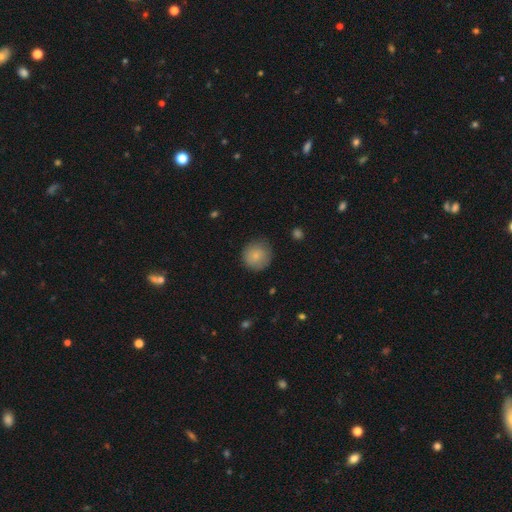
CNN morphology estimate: The model was most divided on "merging": none: 81%, minor disturbance: 14%, major disturbance: 4%, merger: 1%. More confident: how rounded — round (92%); smooth or featured — smooth (82%).